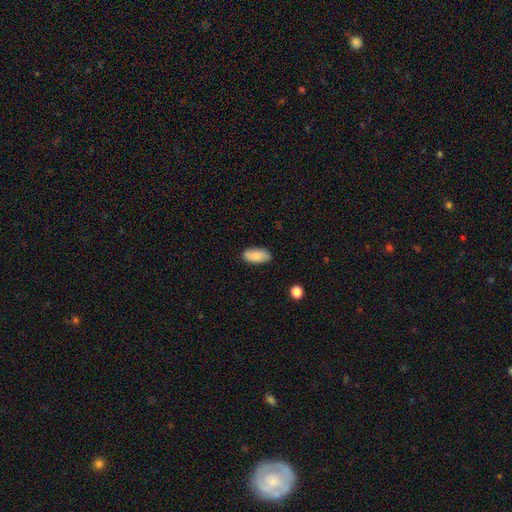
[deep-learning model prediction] This appears to be a smooth galaxy with no disk features (82%) that is in between round and cigar-shaped (92%). Merging: none (84%).